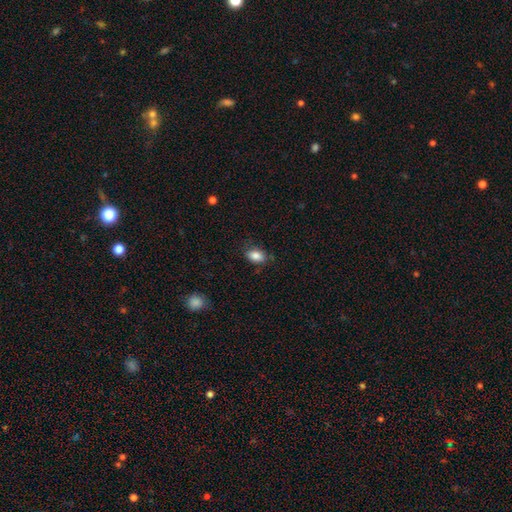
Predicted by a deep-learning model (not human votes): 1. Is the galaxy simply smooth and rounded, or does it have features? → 85% smooth, 8% star or artifact, 6% featured or disk.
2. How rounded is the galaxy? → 87% in between, 12% round, 2% cigar-shaped.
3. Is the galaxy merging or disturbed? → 77% none, 17% minor disturbance, 4% major disturbance, 2% merger.